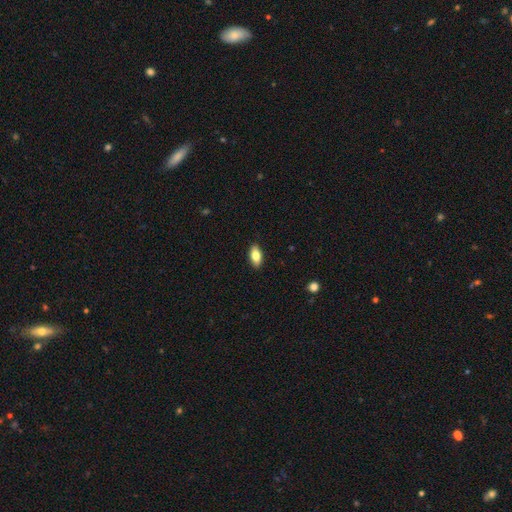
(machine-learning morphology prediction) This appears to be a smooth galaxy with no disk features (79%) that is in between round and cigar-shaped (89%). Merging: none (90%).